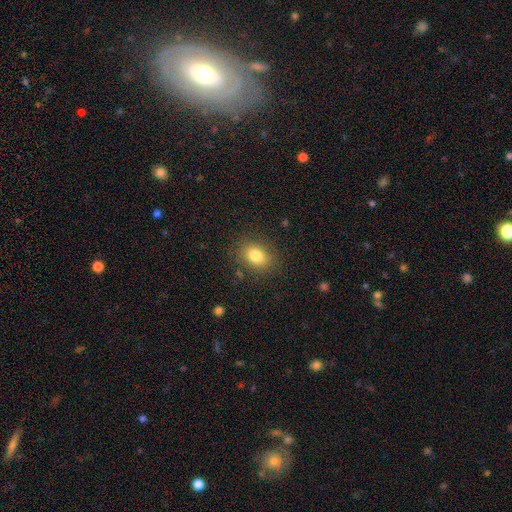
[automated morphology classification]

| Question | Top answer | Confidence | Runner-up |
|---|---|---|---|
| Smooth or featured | smooth | 81% | star or artifact (10%) |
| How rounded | in between | 66% | round (33%) |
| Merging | none | 84% | minor disturbance (11%) |